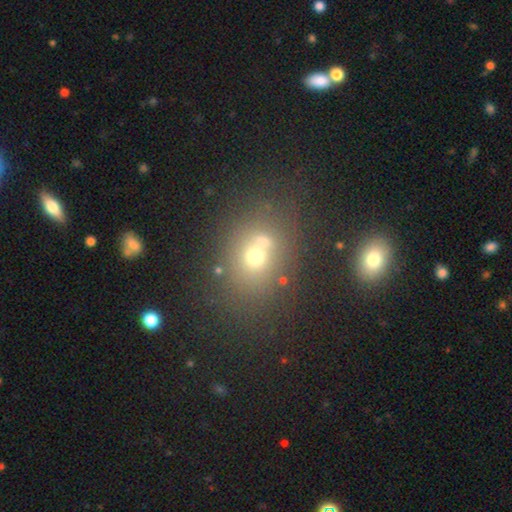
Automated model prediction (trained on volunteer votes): Overall: smooth (62%). How rounded: round (59%; in between 40%). Merging: none (47%; merger 40%).